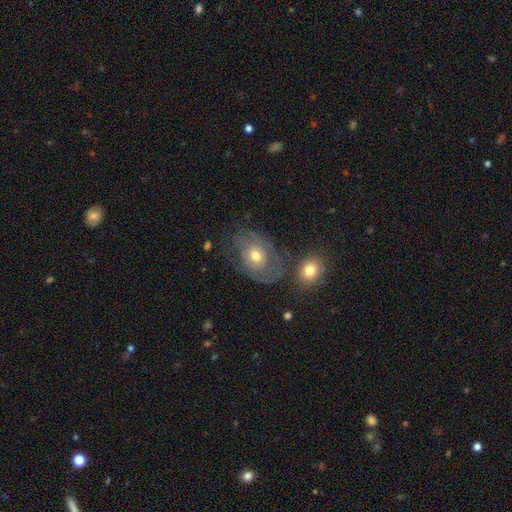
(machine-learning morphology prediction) smooth_or_featured: featured or disk (p=0.57) [alt: smooth p=0.34]
disk_edge_on: no (p=0.95) [alt: yes p=0.05]
bar: no (p=0.82) [alt: weak p=0.16]
has_spiral_arms: yes (p=0.65) [alt: no p=0.35]
bulge_size: moderate (p=0.66) [alt: small p=0.26]
merging: none (p=0.50) [alt: minor disturbance p=0.22]